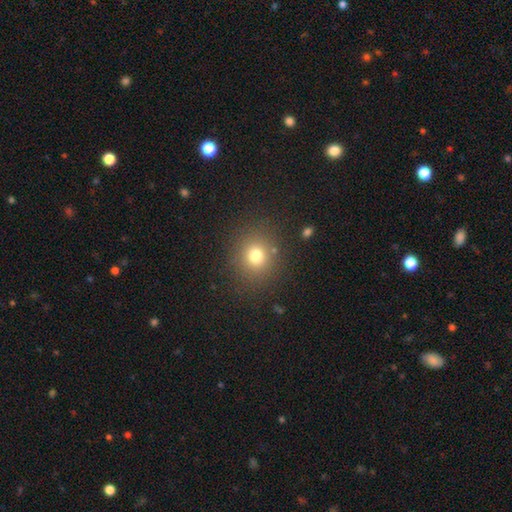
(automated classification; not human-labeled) smooth-or-featured: smooth: 75% | star or artifact: 16% | featured or disk: 9%
  how-rounded: round: 81% | in between: 18% | cigar-shaped: 1%
  merging: none: 85% | minor disturbance: 8% | major disturbance: 4% | merger: 2%